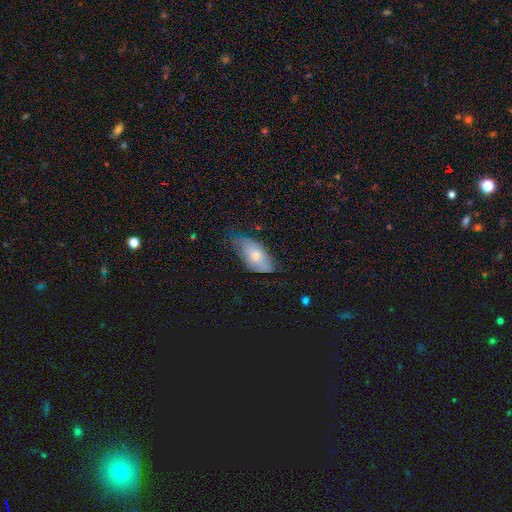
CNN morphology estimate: Smooth or featured?
  - smooth: 61% *
  - featured or disk: 31%
  - star or artifact: 8%
How rounded?
  - in between: 90% *
  - cigar-shaped: 6%
  - round: 4%
Merging?
  - none: 55% *
  - minor disturbance: 35%
  - major disturbance: 9%
  - merger: 2%